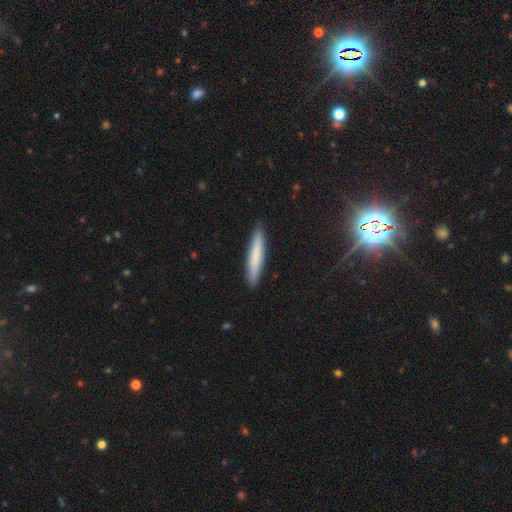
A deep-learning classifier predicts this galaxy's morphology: Q: Smooth or featured?
A: smooth (74%); runner-up: featured or disk (19%)
Q: How rounded?
A: cigar-shaped (91%); runner-up: in between (8%)
Q: Merging?
A: none (89%); runner-up: minor disturbance (9%)